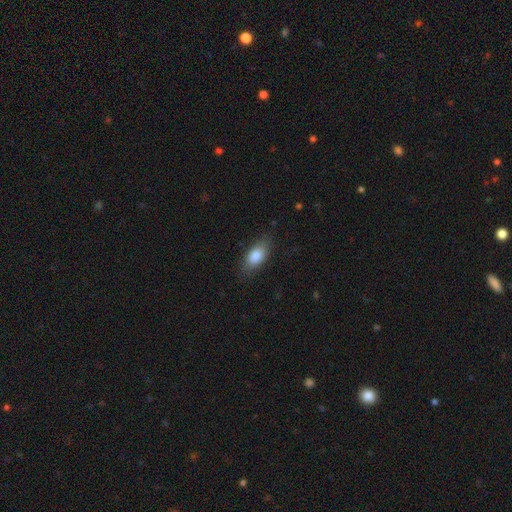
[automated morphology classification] Q: Smooth or featured?
A: smooth (84%); runner-up: featured or disk (9%)
Q: How rounded?
A: in between (88%); runner-up: cigar-shaped (8%)
Q: Merging?
A: none (81%); runner-up: minor disturbance (15%)